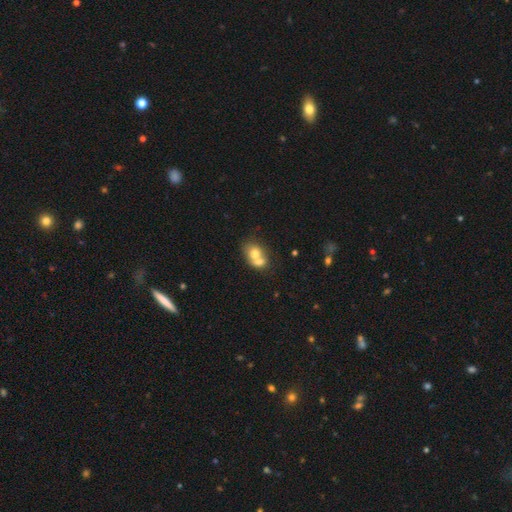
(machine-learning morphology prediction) A smooth galaxy with no disk features (68%) that is round (52%). Merging: merger (67%).